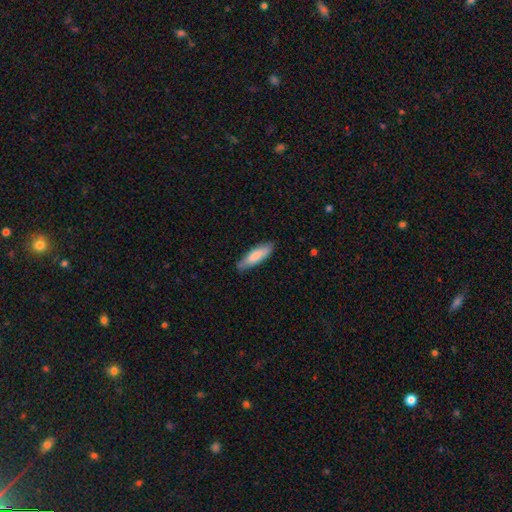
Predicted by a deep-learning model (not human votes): smooth_or_featured: smooth (p=0.79) [alt: featured or disk p=0.16]
how_rounded: cigar-shaped (p=0.59) [alt: in between p=0.40]
merging: none (p=0.81) [alt: minor disturbance p=0.16]